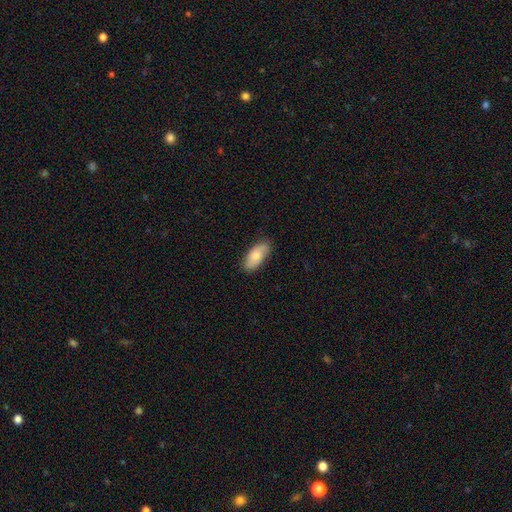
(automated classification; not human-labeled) This appears to be a smooth galaxy with no disk features (76%) that is in between round and cigar-shaped (90%). Merging: none (83%).